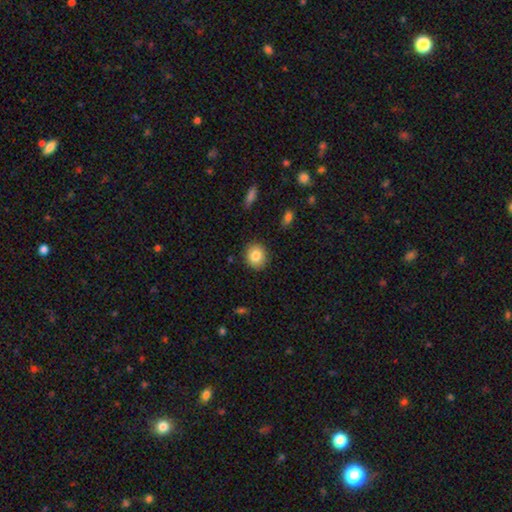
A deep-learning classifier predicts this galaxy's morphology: smooth 83%, star or artifact 8%, featured or disk 8%. Down the decision tree: how rounded — round (78%); merging — none (89%).